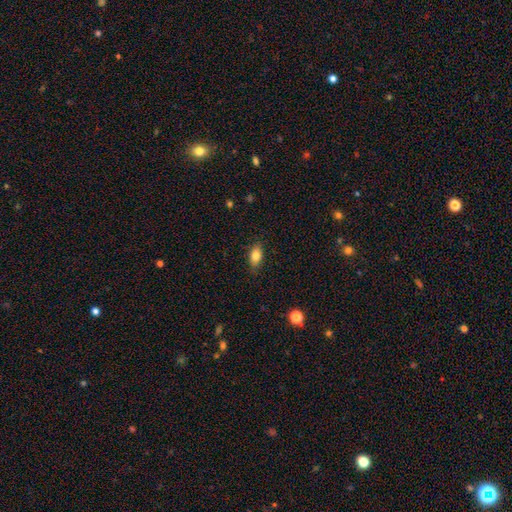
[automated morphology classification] type=smooth (81%); roundness=in between (86%); merging=none (83%).